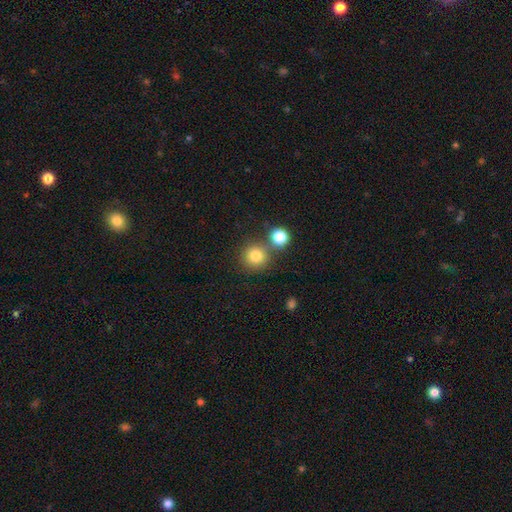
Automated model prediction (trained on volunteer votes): smooth-or-featured: smooth: 80% | star or artifact: 13% | featured or disk: 8%
  how-rounded: round: 92% | in between: 7% | cigar-shaped: 1%
  merging: none: 70% | merger: 18% | minor disturbance: 9% | major disturbance: 3%